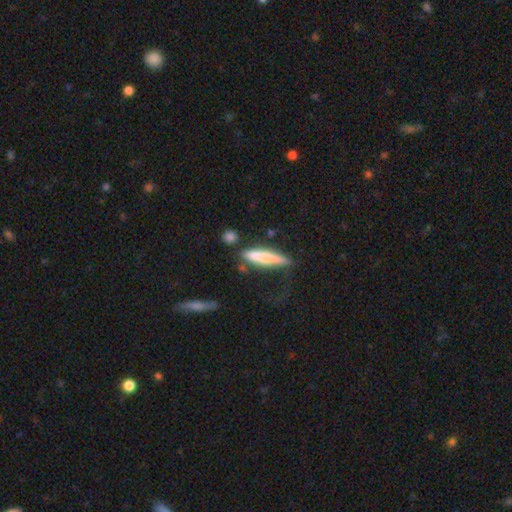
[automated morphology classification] A smooth galaxy with no disk features (60%) that is cigar-shaped (81%). Merging: none (50%).